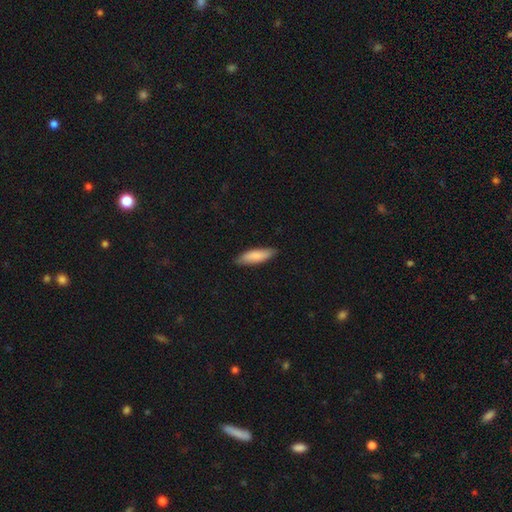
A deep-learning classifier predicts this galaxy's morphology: Smooth or featured: smooth — 83% (featured or disk — 12%)
How rounded: cigar-shaped — 56% (in between — 42%)
Merging: none — 86% (minor disturbance — 12%)